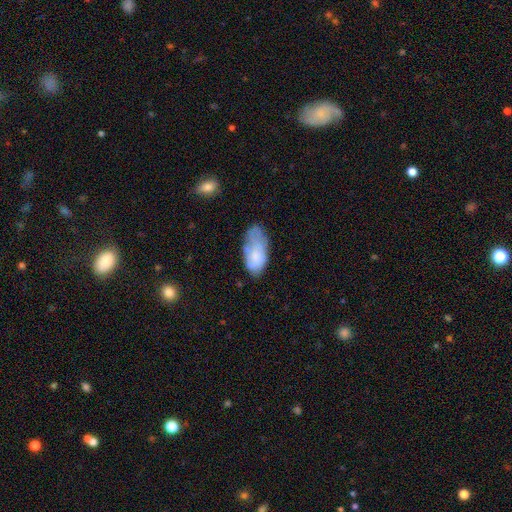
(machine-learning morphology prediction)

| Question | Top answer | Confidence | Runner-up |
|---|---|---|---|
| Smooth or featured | smooth | 65% | featured or disk (28%) |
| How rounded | in between | 93% | cigar-shaped (4%) |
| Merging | none | 41% | minor disturbance (35%) |